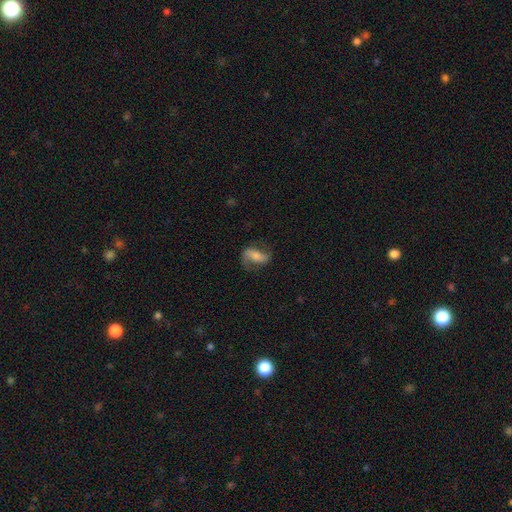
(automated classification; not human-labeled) This appears to be a featured or disk galaxy (61%) with a strong bar (37%), 2 (88%) loose (49%) spiral arms (88%) and a moderate central bulge (46%). Merging: none (69%).